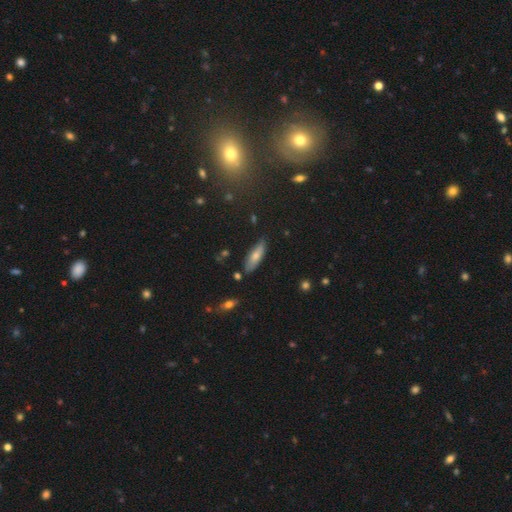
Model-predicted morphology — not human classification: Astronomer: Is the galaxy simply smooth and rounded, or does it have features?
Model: smooth — 69%.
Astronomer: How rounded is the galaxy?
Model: in between — 55% (runner-up: cigar-shaped, 43%).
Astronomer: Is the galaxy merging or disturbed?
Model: none — 78%.